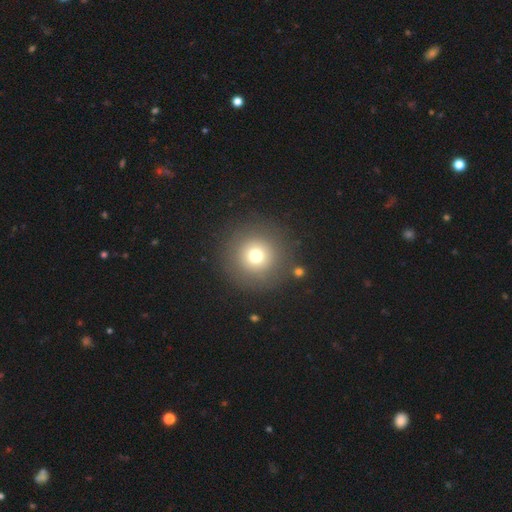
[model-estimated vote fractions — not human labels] This is likely a smooth galaxy (72%). How rounded: clearly round (96%). Merging: clearly none (87%).